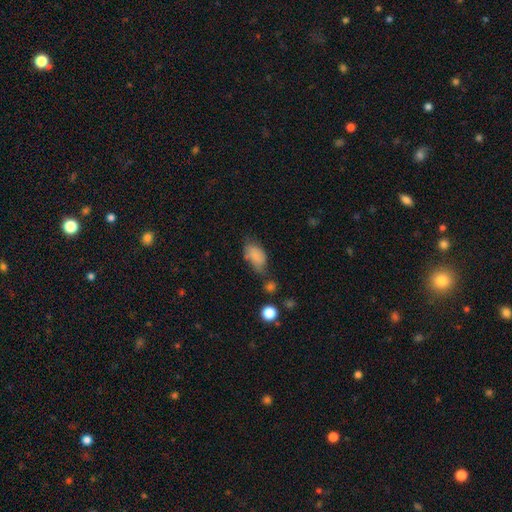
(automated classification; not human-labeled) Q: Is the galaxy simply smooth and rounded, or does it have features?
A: smooth — 80%.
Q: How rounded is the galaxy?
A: in between — 91%.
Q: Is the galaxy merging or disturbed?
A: none — 41%.